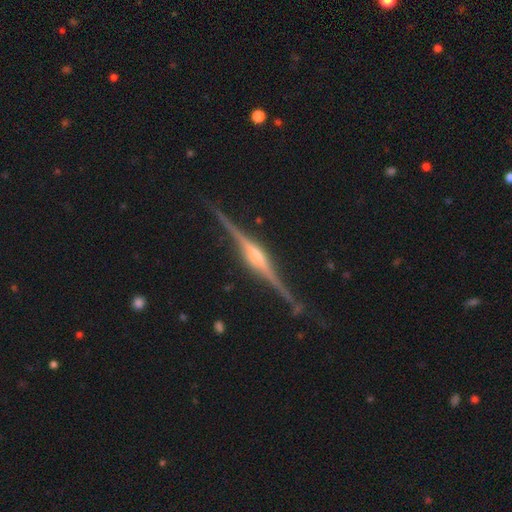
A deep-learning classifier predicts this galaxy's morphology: Smooth or featured? Predicted: featured or disk (p=0.89). Edge-on disk? Predicted: yes (p=0.98). Edge-on bulge? Predicted: rounded (p=0.79). Merging? Predicted: none (p=0.88).